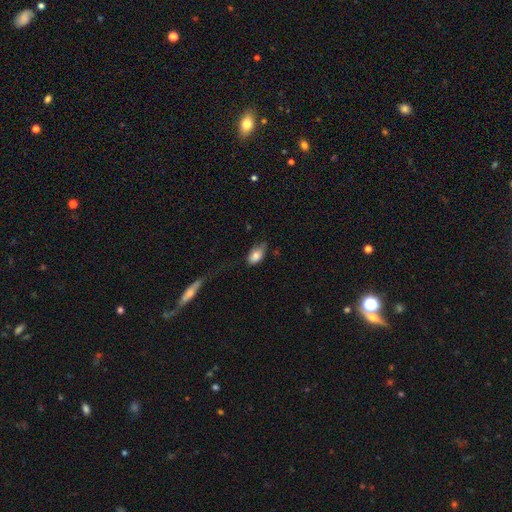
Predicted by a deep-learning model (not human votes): A smooth galaxy with no disk features (82%) that is in between round and cigar-shaped (90%). Merging: none (49%).